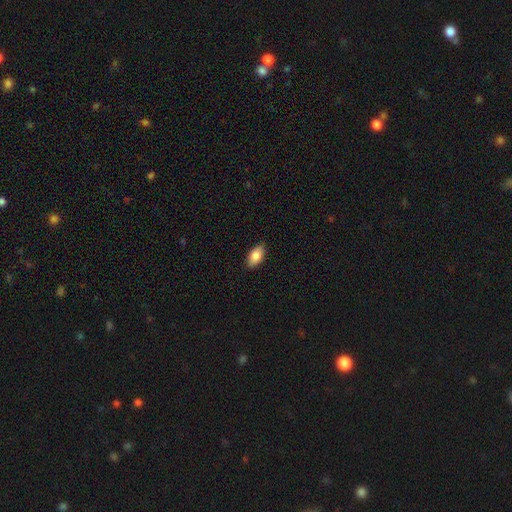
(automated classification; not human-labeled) Smooth or featured: smooth — 84% (featured or disk — 10%)
How rounded: in between — 93% (cigar-shaped — 4%)
Merging: none — 88% (minor disturbance — 9%)